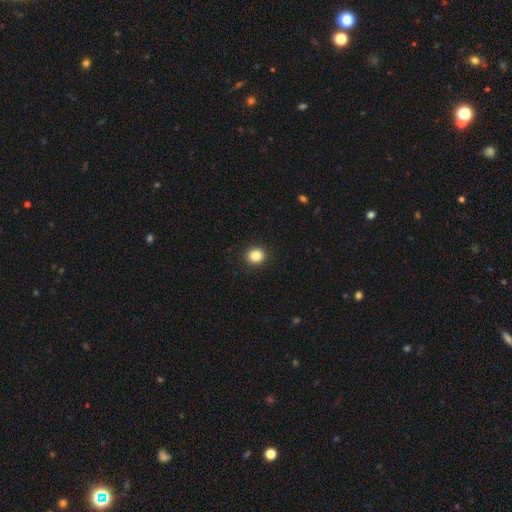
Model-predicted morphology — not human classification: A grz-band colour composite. It shows a smooth galaxy with no disk features (86%) that is round (84%). Merging: none (92%).